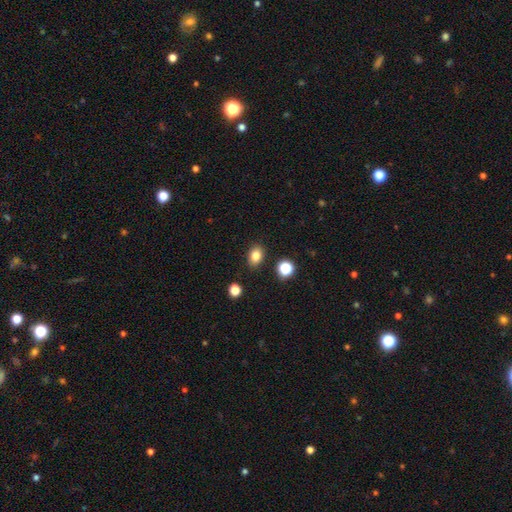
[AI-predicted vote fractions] Smooth or featured: smooth — 82% (star or artifact — 11%)
How rounded: in between — 70% (round — 29%)
Merging: none — 86% (minor disturbance — 9%)